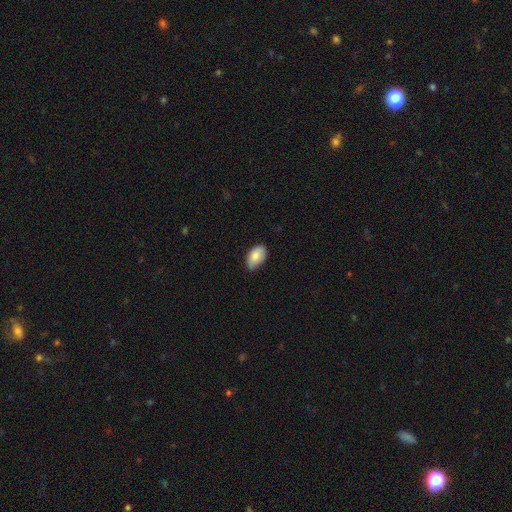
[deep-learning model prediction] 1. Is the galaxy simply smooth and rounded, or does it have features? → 85% smooth, 9% featured or disk, 6% star or artifact.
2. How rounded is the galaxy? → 94% in between, 5% round, 1% cigar-shaped.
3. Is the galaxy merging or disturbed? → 73% none, 24% minor disturbance, 3% major disturbance, 1% merger.